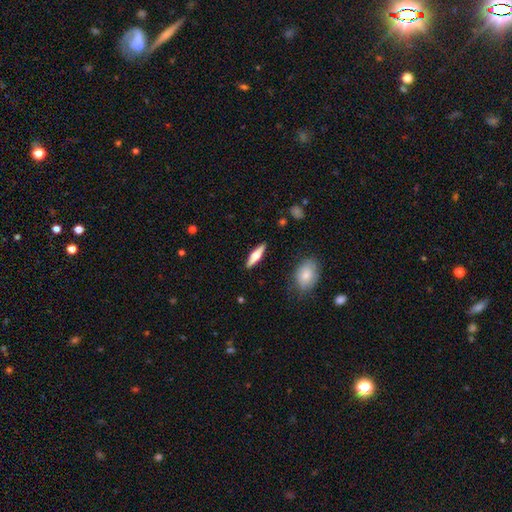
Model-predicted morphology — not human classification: This appears to be a featured or disk galaxy (52%) viewed edge-on (94%). Merging: none (89%).